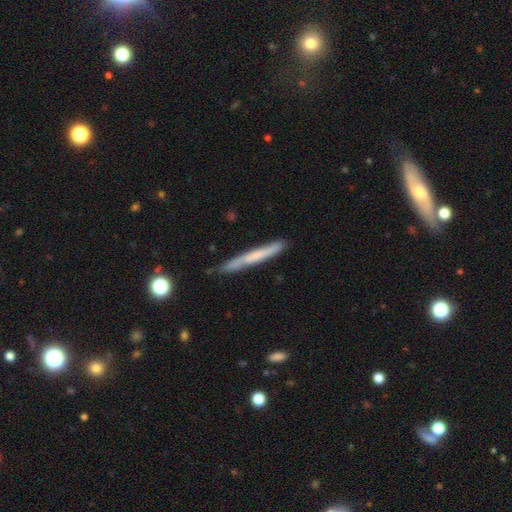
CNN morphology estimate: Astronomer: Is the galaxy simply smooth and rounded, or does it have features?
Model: smooth — 53% (runner-up: featured or disk, 41%).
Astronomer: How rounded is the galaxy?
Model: cigar-shaped — 96%.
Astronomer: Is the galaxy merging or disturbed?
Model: none — 79%.